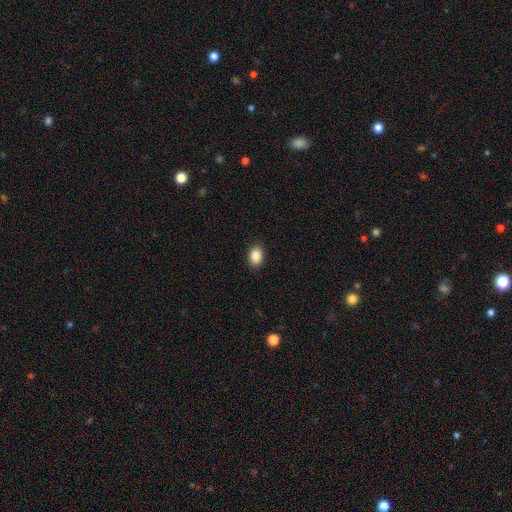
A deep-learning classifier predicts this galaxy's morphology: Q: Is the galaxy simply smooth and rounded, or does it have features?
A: smooth — 87%.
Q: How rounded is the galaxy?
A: in between — 76%.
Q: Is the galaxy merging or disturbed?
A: none — 90%.